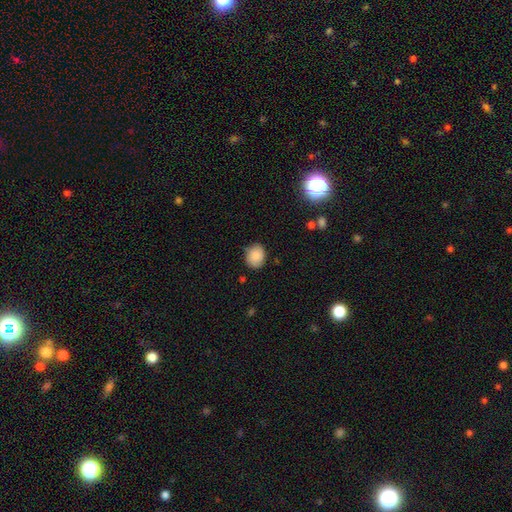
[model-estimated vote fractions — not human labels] Smooth or featured?
  - smooth: 84% *
  - featured or disk: 8%
  - star or artifact: 8%
How rounded?
  - round: 58% *
  - in between: 41%
  - cigar-shaped: 1%
Merging?
  - none: 80% *
  - minor disturbance: 15%
  - major disturbance: 3%
  - merger: 1%